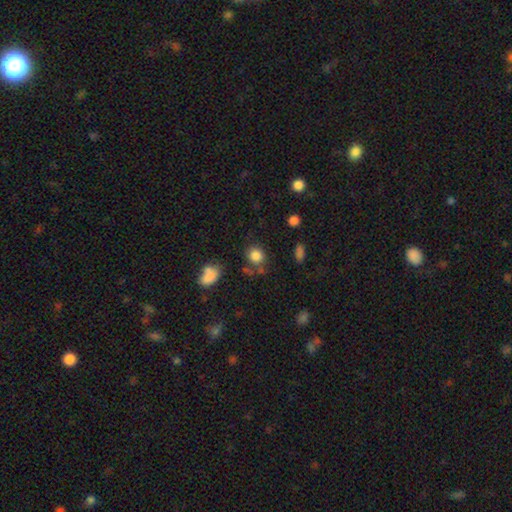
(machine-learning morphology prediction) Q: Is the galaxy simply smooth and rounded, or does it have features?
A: smooth — 83%.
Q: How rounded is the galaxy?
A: round — 76%.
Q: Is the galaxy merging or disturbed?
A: none — 69%.